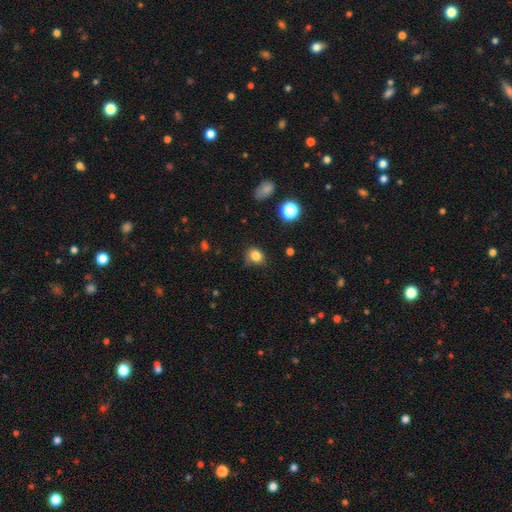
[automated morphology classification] Q: Smooth or featured?
A: smooth (81%); runner-up: star or artifact (12%)
Q: How rounded?
A: round (61%); runner-up: in between (38%)
Q: Merging?
A: none (69%); runner-up: minor disturbance (24%)